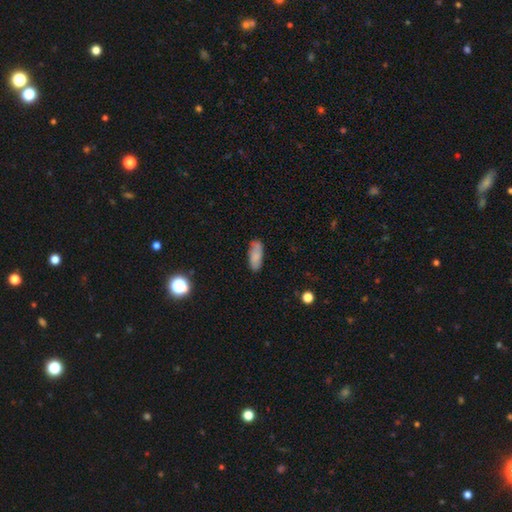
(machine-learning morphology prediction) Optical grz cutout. It shows a smooth galaxy with no disk features (83%) that is in between round and cigar-shaped (73%). Merging: none (79%).